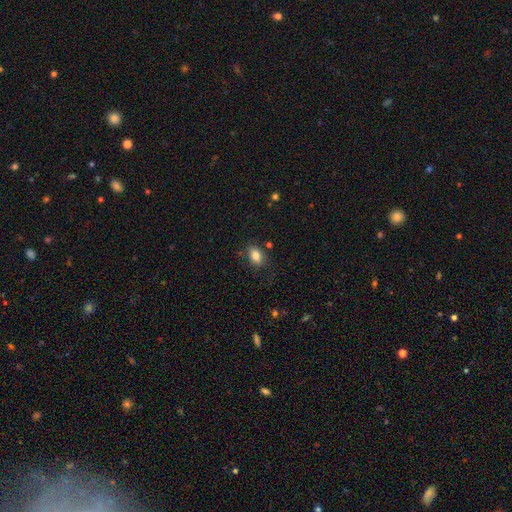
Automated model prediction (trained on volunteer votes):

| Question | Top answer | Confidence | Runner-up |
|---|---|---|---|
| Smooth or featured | smooth | 82% | star or artifact (9%) |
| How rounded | in between | 80% | round (19%) |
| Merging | none | 80% | minor disturbance (14%) |